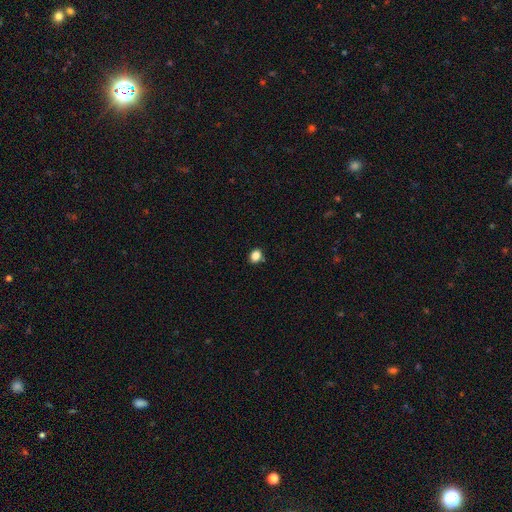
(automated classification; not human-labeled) A smooth galaxy with no disk features (85%) that is in between round and cigar-shaped (59%).

Vote fractions:
- Smooth or featured? smooth: 85% / star or artifact: 11% / featured or disk: 4%
- How rounded? in between: 59% / round: 40% / cigar-shaped: 1%
- Merging? none: 81% / minor disturbance: 12% / merger: 5% / major disturbance: 3%